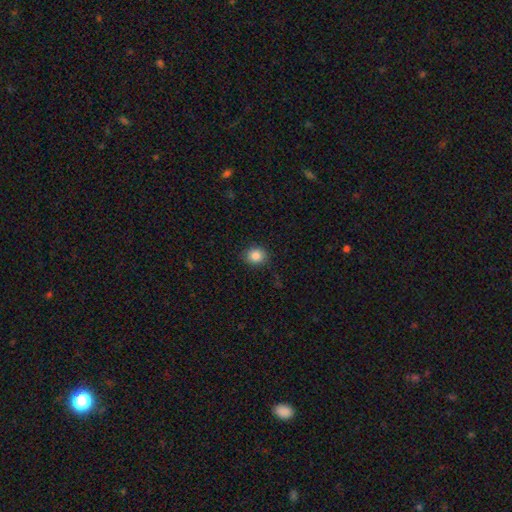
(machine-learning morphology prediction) smooth_or_featured: smooth (p=0.85) [alt: star or artifact p=0.10]
how_rounded: round (p=0.77) [alt: in between p=0.22]
merging: none (p=0.87) [alt: minor disturbance p=0.10]